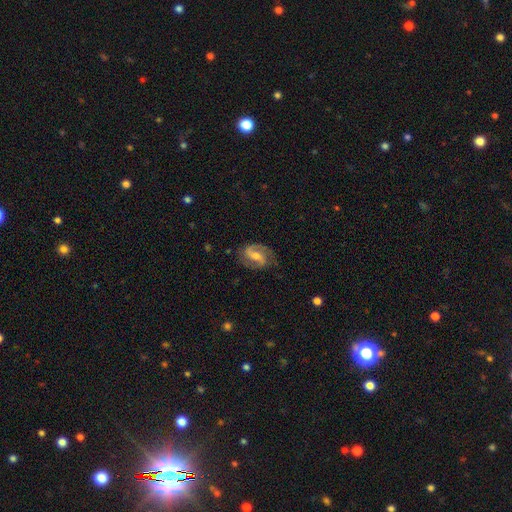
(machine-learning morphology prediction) This appears to be a featured or disk galaxy (84%) with a weak bar (46%), 2 (88%) medium (49%) spiral arms (95%) and a moderate central bulge (55%). Merging: none (76%).